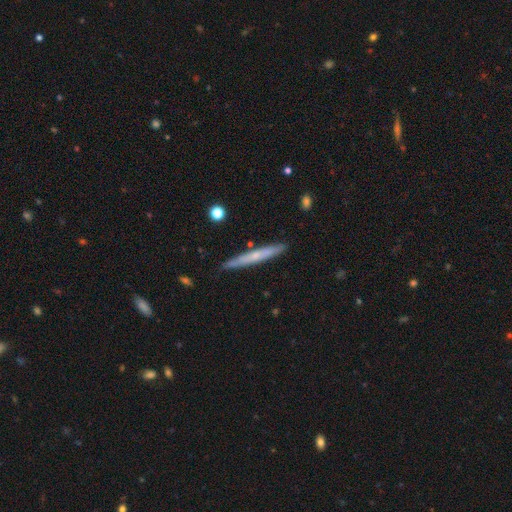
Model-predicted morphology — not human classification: Smooth or featured? smooth (49%)
Merging? none (87%)